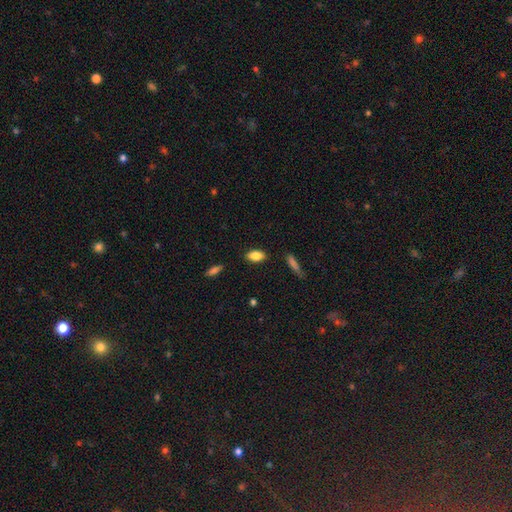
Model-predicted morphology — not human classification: Smooth or featured? smooth (83%)
How rounded? in between (88%)
Merging? none (86%)